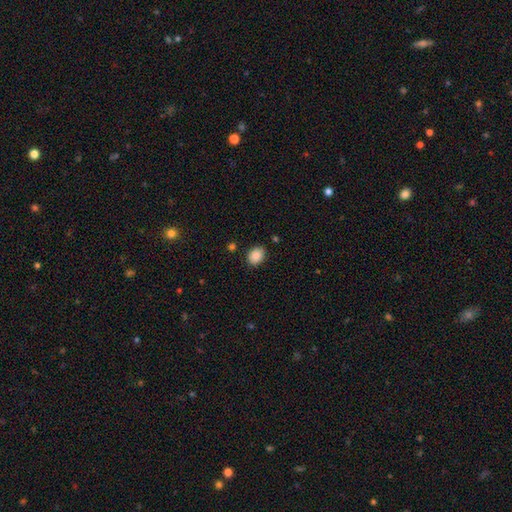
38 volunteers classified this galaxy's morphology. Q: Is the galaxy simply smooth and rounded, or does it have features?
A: smooth — 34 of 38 (89%).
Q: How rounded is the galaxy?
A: round — 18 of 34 (53%).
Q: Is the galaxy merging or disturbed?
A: none — 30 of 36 (83%).